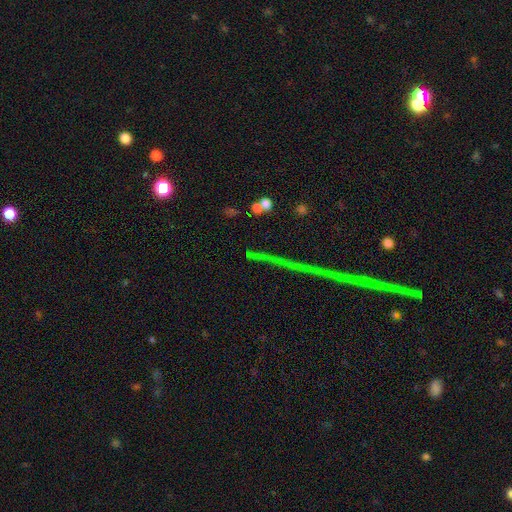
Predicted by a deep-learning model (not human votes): Smooth or featured? Predicted: star or artifact (p=0.71).